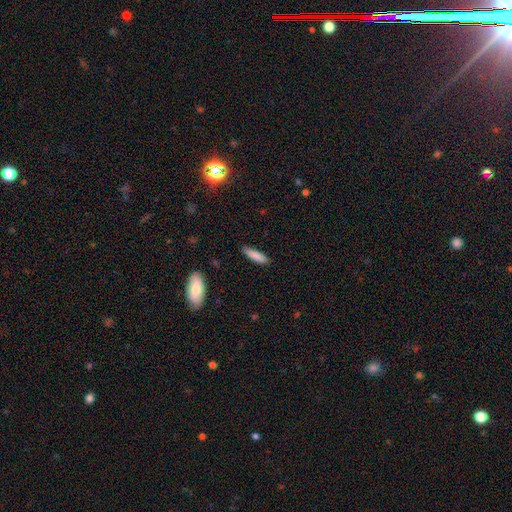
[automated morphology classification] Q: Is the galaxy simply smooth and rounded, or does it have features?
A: smooth — 83%.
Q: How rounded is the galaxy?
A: cigar-shaped — 76%.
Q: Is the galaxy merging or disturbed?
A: none — 87%.